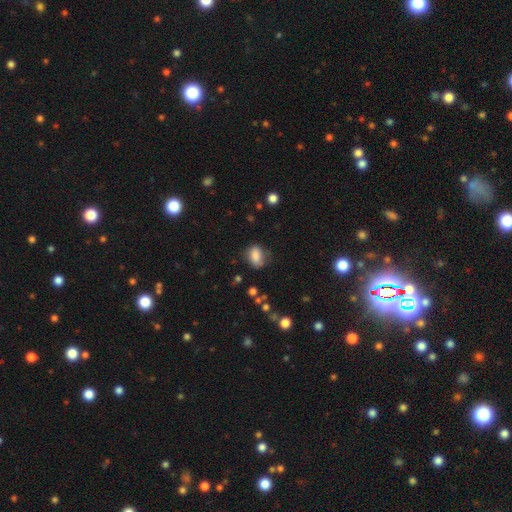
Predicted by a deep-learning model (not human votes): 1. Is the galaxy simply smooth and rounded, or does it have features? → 84% smooth, 9% star or artifact, 7% featured or disk.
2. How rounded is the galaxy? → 74% in between, 24% round, 2% cigar-shaped.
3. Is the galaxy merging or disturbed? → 63% none, 26% minor disturbance, 8% major disturbance, 2% merger.